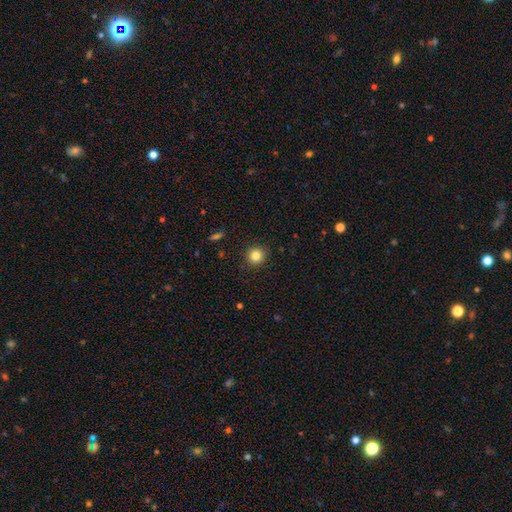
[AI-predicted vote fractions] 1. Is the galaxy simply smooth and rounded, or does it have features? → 83% smooth, 12% star or artifact, 5% featured or disk.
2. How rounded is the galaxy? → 92% round, 7% in between, 1% cigar-shaped.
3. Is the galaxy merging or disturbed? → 91% none, 6% minor disturbance, 2% major disturbance, 1% merger.